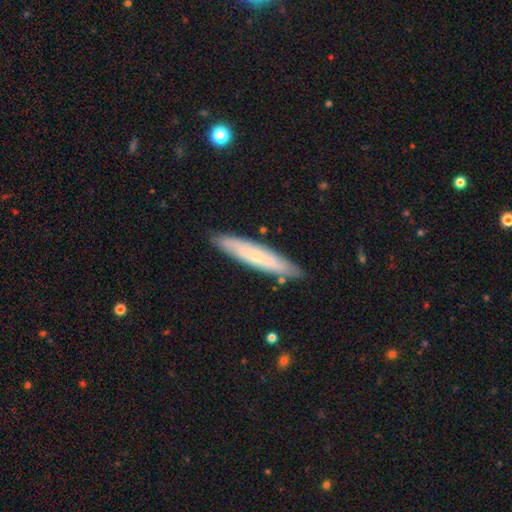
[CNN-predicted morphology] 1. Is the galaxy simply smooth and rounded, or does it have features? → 54% smooth, 40% featured or disk, 6% star or artifact.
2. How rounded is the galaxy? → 88% cigar-shaped, 10% in between, 1% round.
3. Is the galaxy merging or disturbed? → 86% none, 11% minor disturbance, 2% major disturbance, 2% merger.